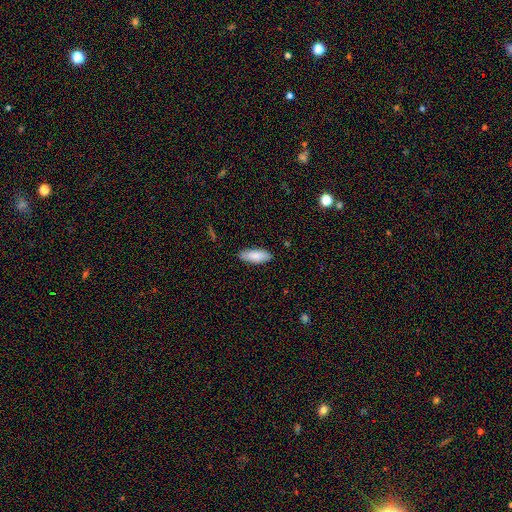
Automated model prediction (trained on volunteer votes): A smooth galaxy with no disk features (85%) that is in between round and cigar-shaped (76%). Merging: none (87%).